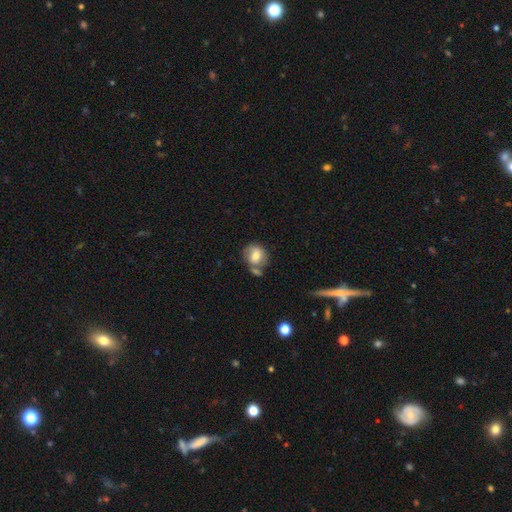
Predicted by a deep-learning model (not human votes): Overall: smooth (71%). How rounded: round (70%). Merging: none (47%; merger 28%).